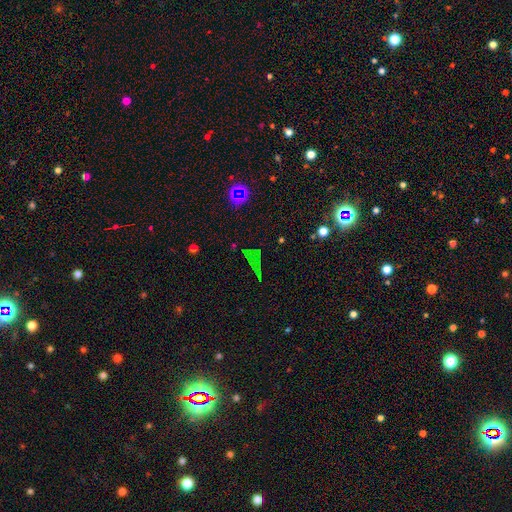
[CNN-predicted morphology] smooth_or_featured: star or artifact (p=0.65) [alt: smooth p=0.23]